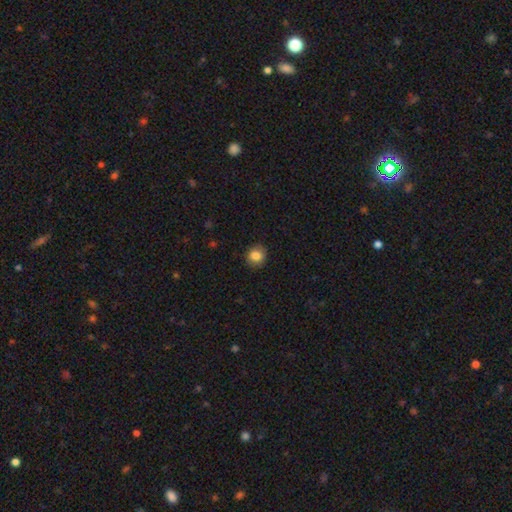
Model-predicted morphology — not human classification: Smooth or featured? Predicted: smooth (p=0.85). How rounded? Predicted: round (p=0.85). Merging? Predicted: none (p=0.85).